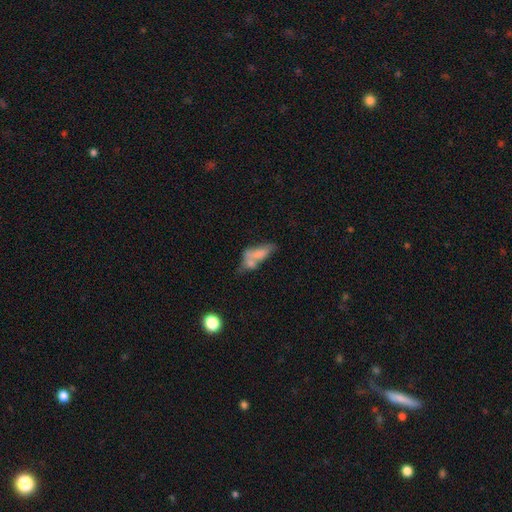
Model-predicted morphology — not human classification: A smooth galaxy with no disk features (58%) that is in between round and cigar-shaped (69%).

Vote fractions:
- Smooth or featured? smooth: 58% / featured or disk: 31% / star or artifact: 11%
- How rounded? in between: 69% / cigar-shaped: 26% / round: 5%
- Merging? merger: 48% / none: 22% / major disturbance: 16% / minor disturbance: 15%